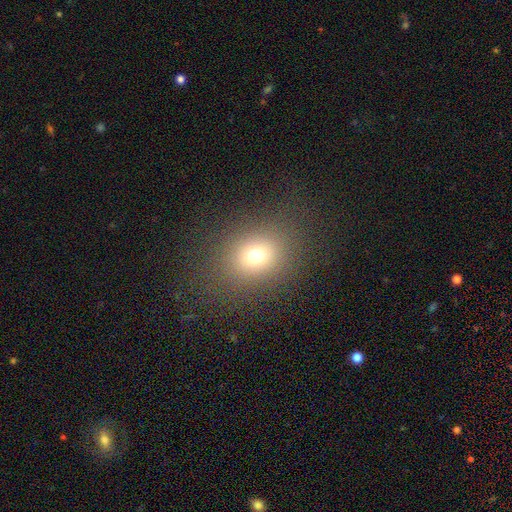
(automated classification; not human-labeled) Morphology: type=smooth (71%); roundness=round (55%); merging=none (83%).